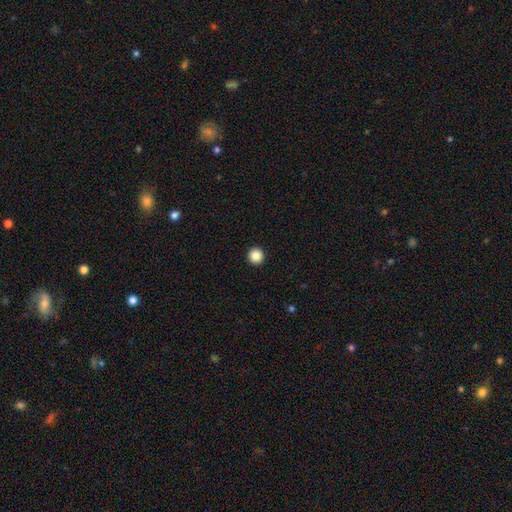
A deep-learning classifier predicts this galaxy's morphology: Smooth or featured?
  - smooth: 86% *
  - star or artifact: 10%
  - featured or disk: 4%
How rounded?
  - round: 96% *
  - in between: 3%
  - cigar-shaped: 1%
Merging?
  - none: 94% *
  - minor disturbance: 4%
  - major disturbance: 1%
  - merger: 1%